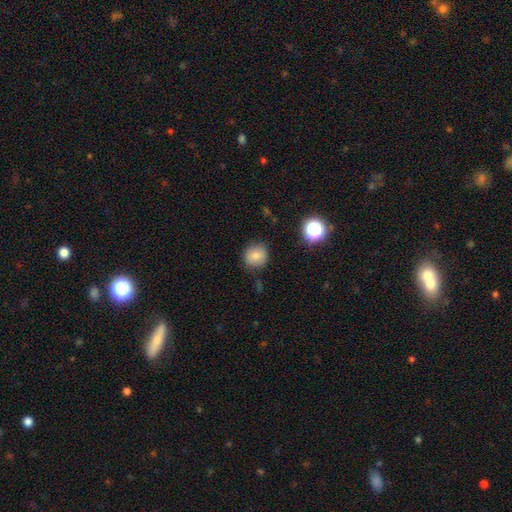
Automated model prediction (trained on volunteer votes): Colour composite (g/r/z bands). It shows a smooth galaxy with no disk features (81%) that is round (85%). Merging: none (83%).